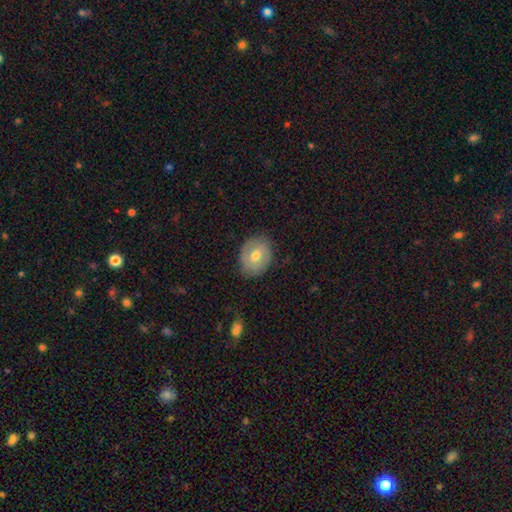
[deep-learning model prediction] The model was most divided on "how rounded": round: 50%, in between: 49%, cigar-shaped: 1%. More confident: merging — none (80%); smooth or featured — smooth (52%).